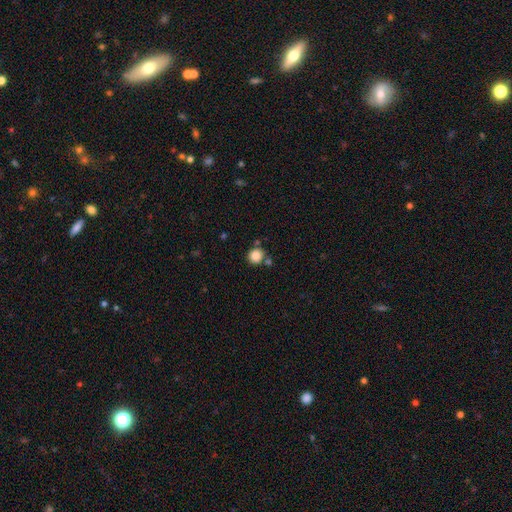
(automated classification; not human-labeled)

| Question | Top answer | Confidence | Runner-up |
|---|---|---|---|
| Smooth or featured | smooth | 87% | star or artifact (10%) |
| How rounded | round | 93% | in between (6%) |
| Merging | none | 75% | merger (12%) |